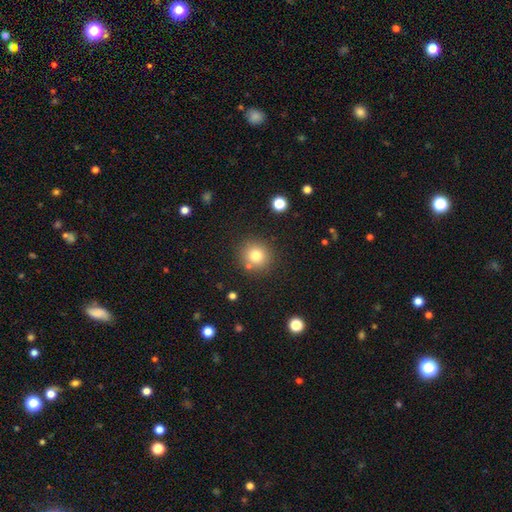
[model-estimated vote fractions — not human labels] Q: Smooth or featured?
A: smooth (78%); runner-up: star or artifact (13%)
Q: How rounded?
A: round (91%); runner-up: in between (8%)
Q: Merging?
A: none (83%); runner-up: minor disturbance (8%)